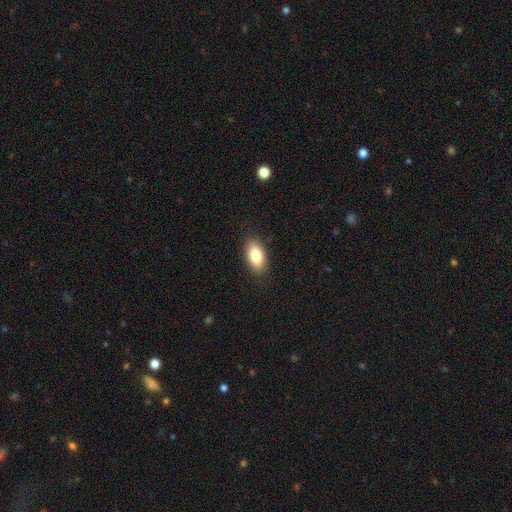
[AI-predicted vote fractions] Overall: smooth (83%). How rounded: in between (91%). Merging: none (88%).